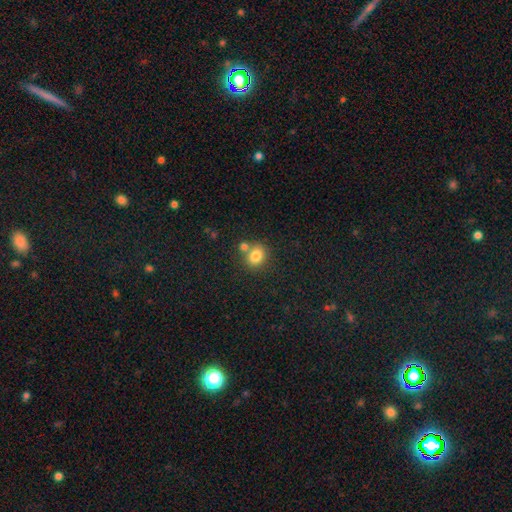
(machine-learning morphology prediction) A smooth galaxy with no disk features (81%) that is round (63%). Merging: none (62%).